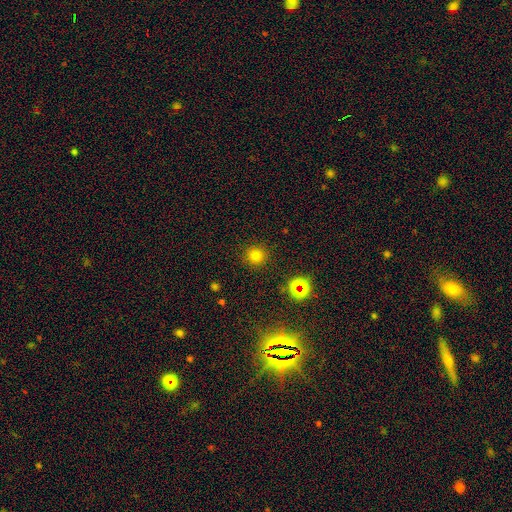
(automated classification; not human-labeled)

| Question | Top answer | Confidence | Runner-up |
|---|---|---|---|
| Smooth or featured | smooth | 75% | star or artifact (19%) |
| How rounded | round | 94% | in between (5%) |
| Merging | none | 90% | minor disturbance (6%) |